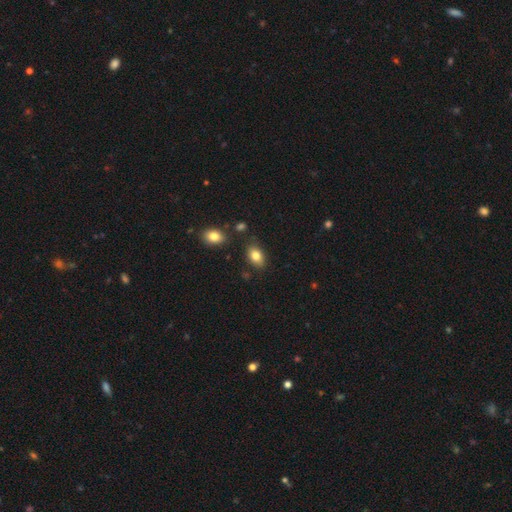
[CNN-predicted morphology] A smooth galaxy with no disk features (82%) that is in between round and cigar-shaped (87%).

Vote fractions:
- Smooth or featured? smooth: 82% / featured or disk: 9% / star or artifact: 9%
- How rounded? in between: 87% / round: 11% / cigar-shaped: 2%
- Merging? none: 80% / minor disturbance: 13% / merger: 4% / major disturbance: 3%